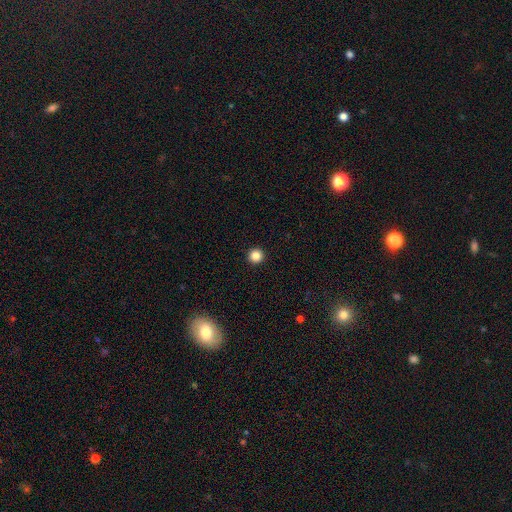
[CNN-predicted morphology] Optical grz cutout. It shows a smooth galaxy with no disk features (85%) that is round (96%). Merging: none (94%).